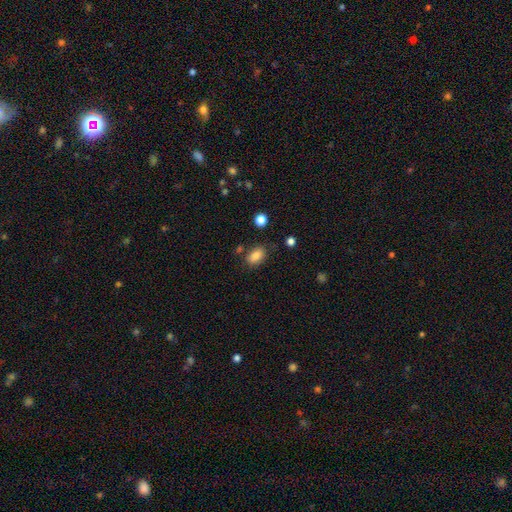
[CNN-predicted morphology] Smooth or featured?
  - smooth: 84% *
  - star or artifact: 9%
  - featured or disk: 7%
How rounded?
  - in between: 86% *
  - round: 12%
  - cigar-shaped: 2%
Merging?
  - none: 75% *
  - minor disturbance: 16%
  - merger: 5%
  - major disturbance: 4%